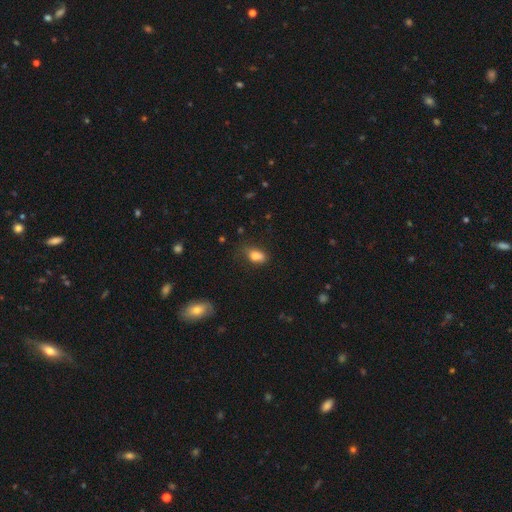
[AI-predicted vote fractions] Morphology: type=smooth (83%); roundness=in between (86%); merging=none (59%).